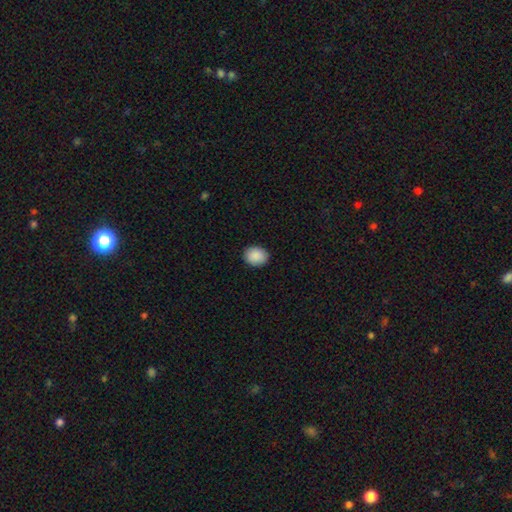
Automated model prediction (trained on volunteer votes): Q: Smooth or featured?
A: smooth (90%); runner-up: star or artifact (7%)
Q: How rounded?
A: round (53%); runner-up: in between (46%)
Q: Merging?
A: none (90%); runner-up: minor disturbance (8%)